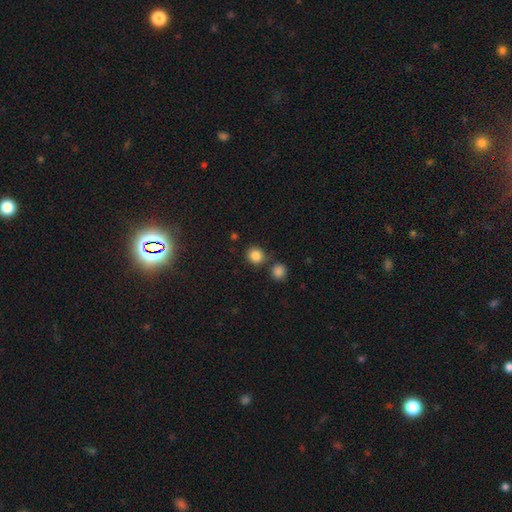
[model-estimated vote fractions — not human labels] This is clearly a smooth galaxy (85%). How rounded: clearly round (87%). Merging: likely none (76%).